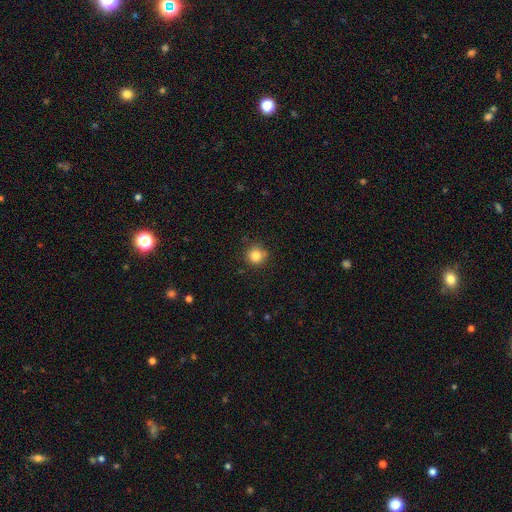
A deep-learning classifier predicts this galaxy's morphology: Overall: smooth (83%). How rounded: round (93%). Merging: none (83%).